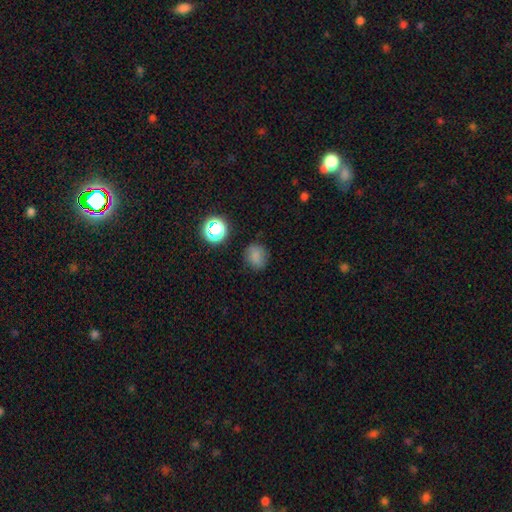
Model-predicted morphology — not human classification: Q: Smooth or featured?
A: smooth (76%); runner-up: star or artifact (16%)
Q: How rounded?
A: round (73%); runner-up: in between (26%)
Q: Merging?
A: none (78%); runner-up: minor disturbance (16%)